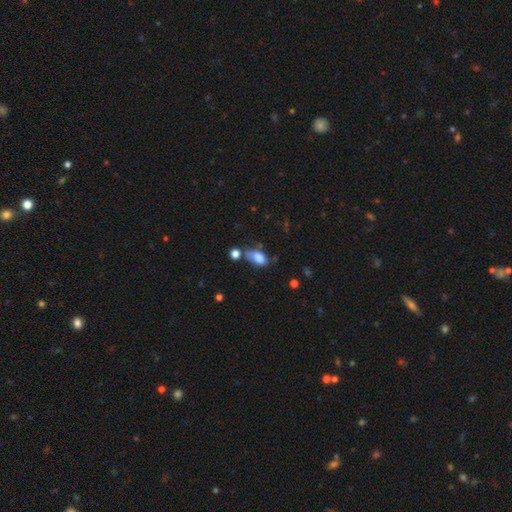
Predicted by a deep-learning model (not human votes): This appears to be a smooth galaxy with no disk features (79%) that is in between round and cigar-shaped (89%). Merging: none (42%).